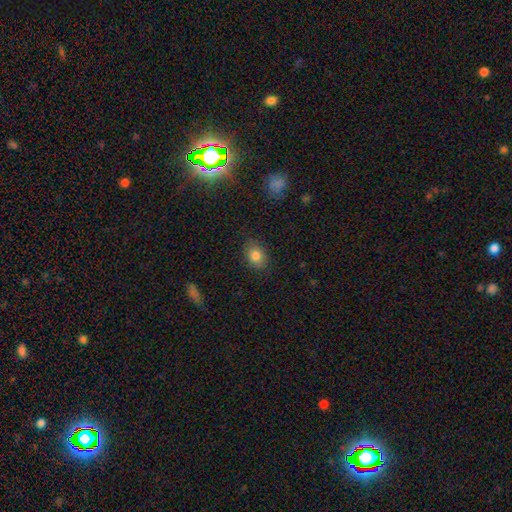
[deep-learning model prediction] Smooth or featured? Predicted: smooth (p=0.81). How rounded? Predicted: in between (p=0.59). Merging? Predicted: none (p=0.83).